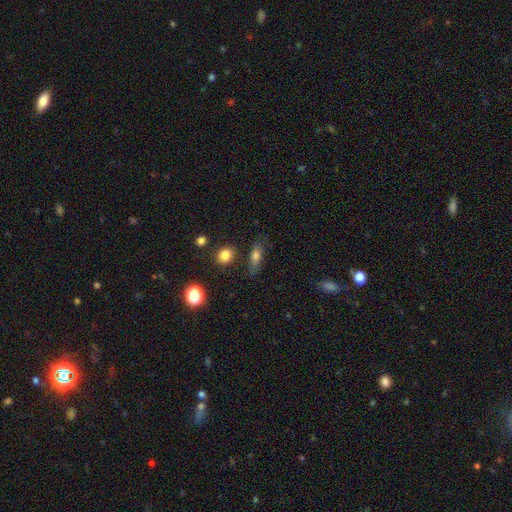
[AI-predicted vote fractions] Smooth or featured: smooth — 74% (featured or disk — 15%)
How rounded: in between — 65% (cigar-shaped — 24%)
Merging: none — 67% (minor disturbance — 21%)